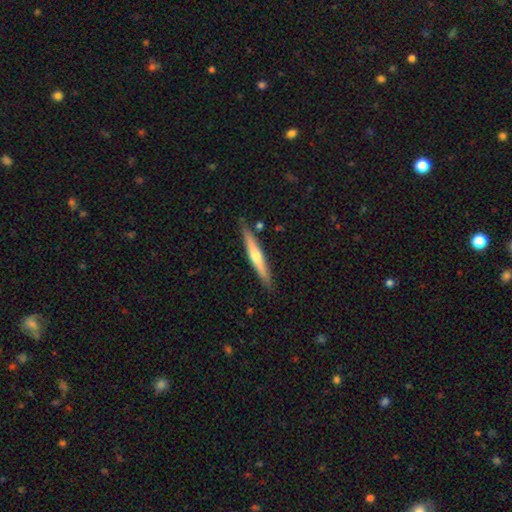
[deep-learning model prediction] featured or disk 57%, smooth 38%, star or artifact 5%. Down the decision tree: edge-on disk — yes (97%); edge-on bulge — rounded (76%); merging — none (87%).